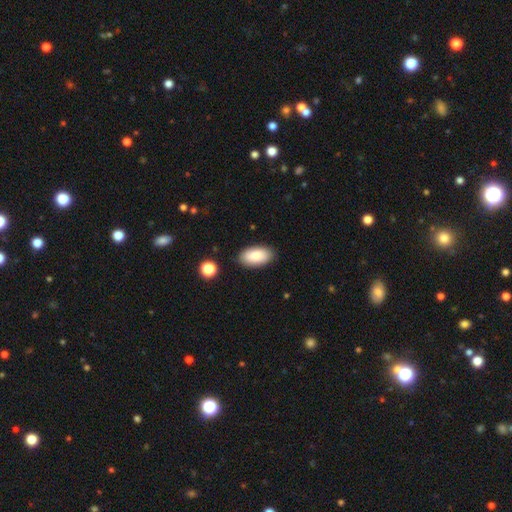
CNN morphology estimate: smooth 86%, featured or disk 8%, star or artifact 7%. Down the decision tree: how rounded — in between (95%); merging — none (86%).